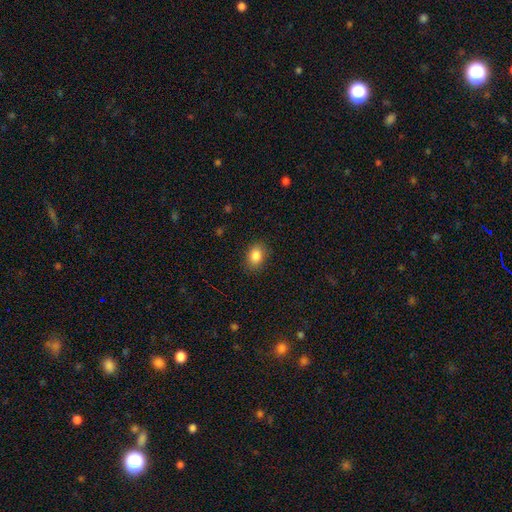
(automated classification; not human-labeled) This is clearly a smooth galaxy (86%). How rounded: likely in between (69%). Merging: clearly none (87%).